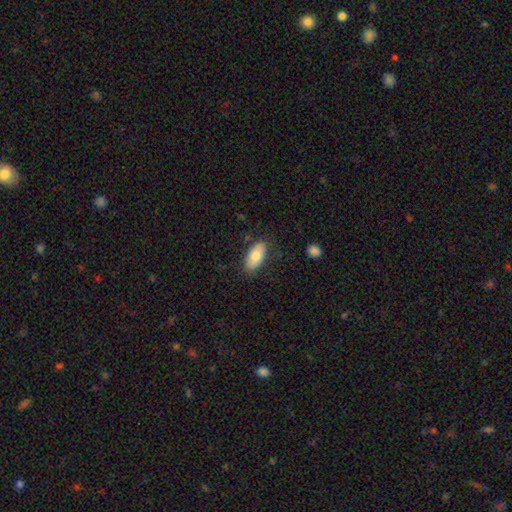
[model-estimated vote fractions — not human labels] Smooth or featured? smooth (75%)
How rounded? in between (91%)
Merging? none (81%)